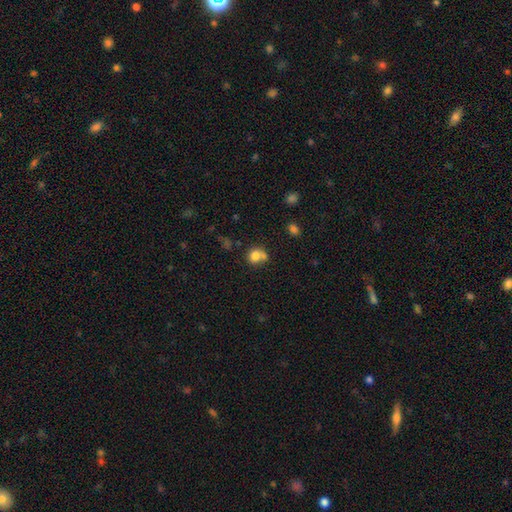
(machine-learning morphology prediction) The model was most divided on "merging": none: 45%, merger: 36%, minor disturbance: 12%, major disturbance: 6%. More confident: how rounded — round (79%); smooth or featured — smooth (78%).